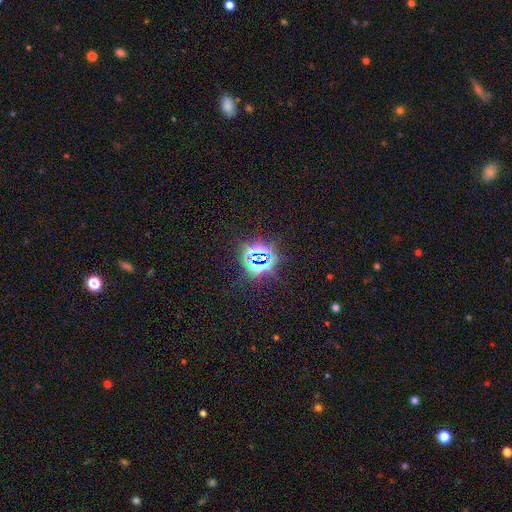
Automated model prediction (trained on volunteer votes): smooth-or-featured: star or artifact: 81% | smooth: 11% | featured or disk: 7%